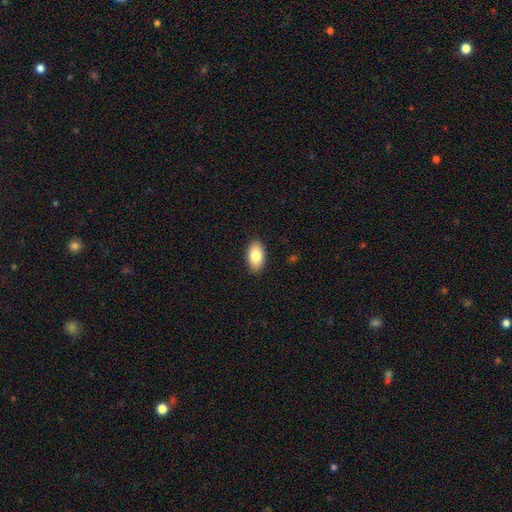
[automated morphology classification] Smooth or featured? Predicted: smooth (p=0.81). How rounded? Predicted: in between (p=0.93). Merging? Predicted: none (p=0.89).